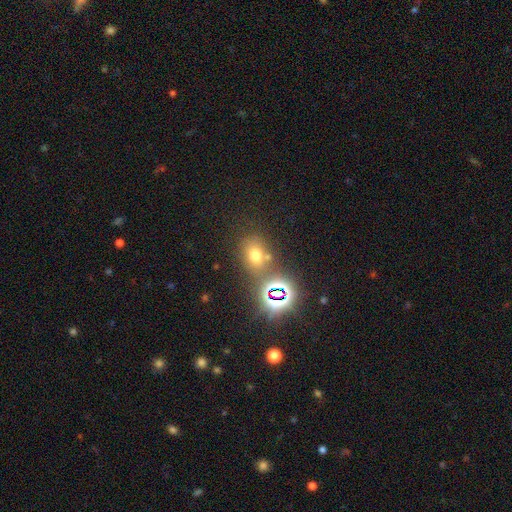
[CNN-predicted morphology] A smooth galaxy with no disk features (58%) that is in between round and cigar-shaped (56%). Merging: none (66%).